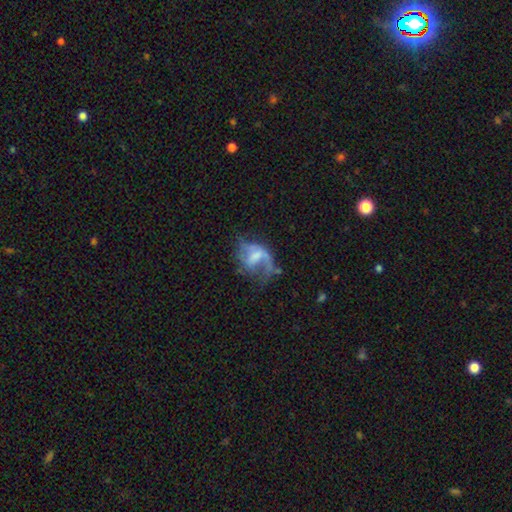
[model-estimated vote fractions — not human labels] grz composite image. It shows a featured or disk galaxy (67%) with a weak bar (45%), spiral arms (72%) and no central bulge (32%). Merging: major disturbance (43%).